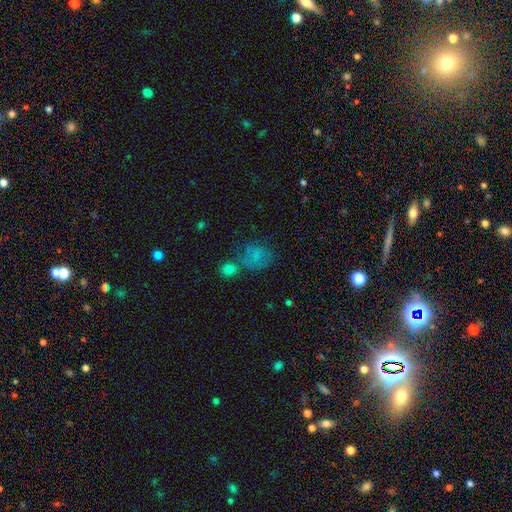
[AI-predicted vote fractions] This appears to be a smooth galaxy with no disk features (71%) that is round (62%). Merging: none (46%).